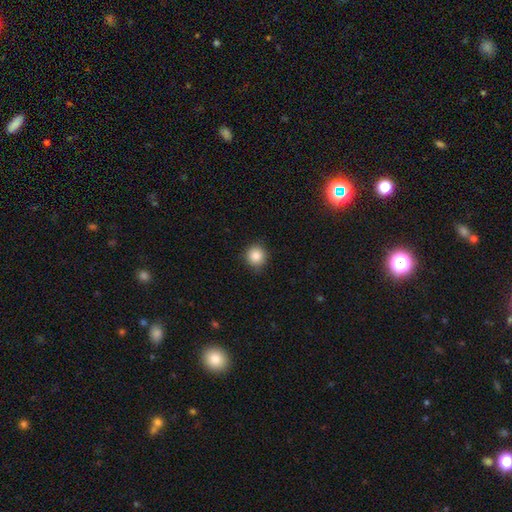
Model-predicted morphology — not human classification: A smooth galaxy with no disk features (86%) that is round (92%). Merging: none (86%).